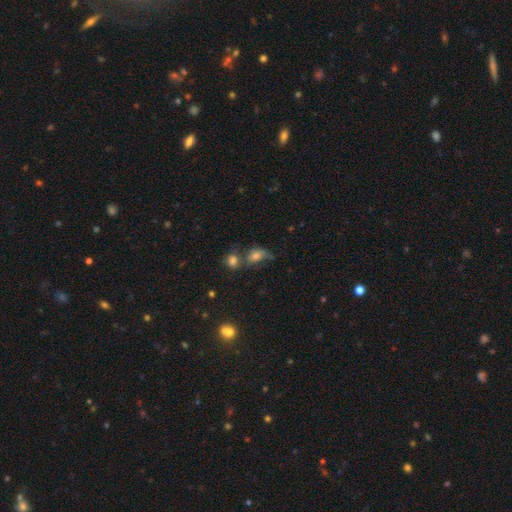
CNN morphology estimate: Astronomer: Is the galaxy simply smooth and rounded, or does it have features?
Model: smooth — 54%.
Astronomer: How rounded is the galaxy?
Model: in between — 60% (runner-up: round, 36%).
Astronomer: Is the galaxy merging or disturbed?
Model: none — 36% (runner-up: merger, 35%).